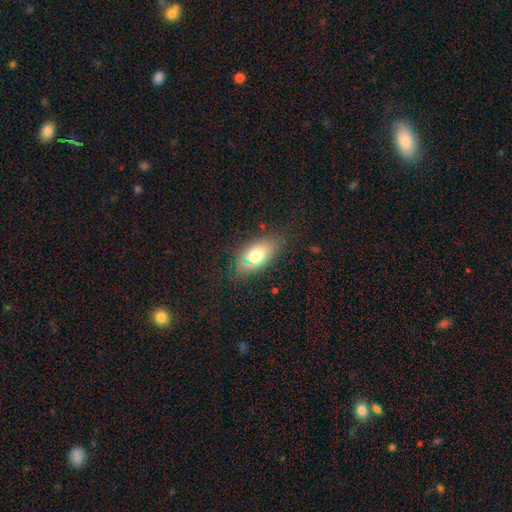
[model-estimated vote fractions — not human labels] Overall: smooth (68%). How rounded: in between (83%). Merging: none (77%).